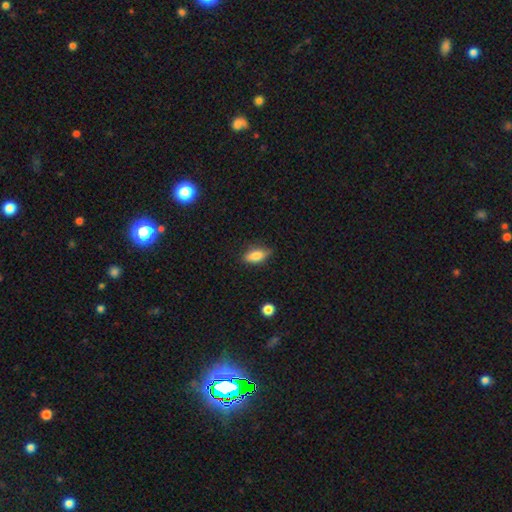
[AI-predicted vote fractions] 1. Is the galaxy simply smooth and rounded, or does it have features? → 81% smooth, 11% featured or disk, 8% star or artifact.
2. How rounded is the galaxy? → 83% in between, 13% cigar-shaped, 4% round.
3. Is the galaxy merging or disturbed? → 80% none, 16% minor disturbance, 3% major disturbance, 1% merger.